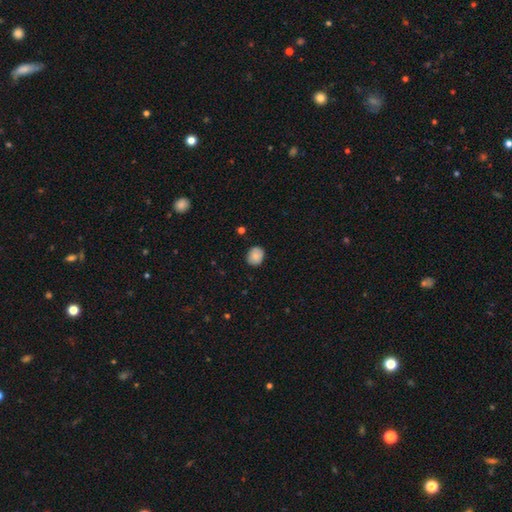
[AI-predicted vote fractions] Smooth or featured? smooth (85%)
How rounded? round (66%)
Merging? none (83%)